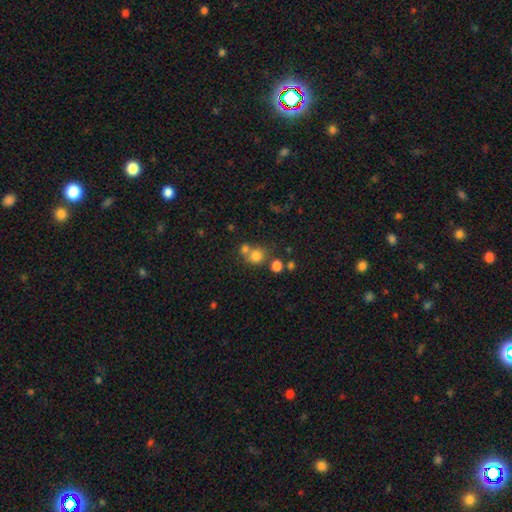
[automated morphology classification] Overall: smooth (76%). How rounded: round (81%). Merging: none (51%; merger 36%).